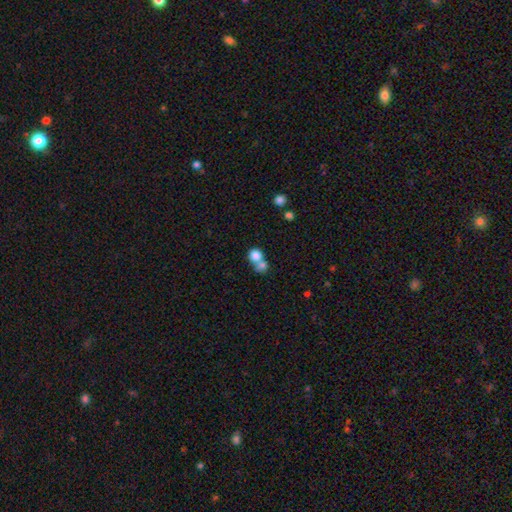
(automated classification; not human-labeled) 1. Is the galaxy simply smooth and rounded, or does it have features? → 79% smooth, 11% featured or disk, 10% star or artifact.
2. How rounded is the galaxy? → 83% round, 16% in between, 1% cigar-shaped.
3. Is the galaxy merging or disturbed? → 58% merger, 33% none, 6% minor disturbance, 3% major disturbance.